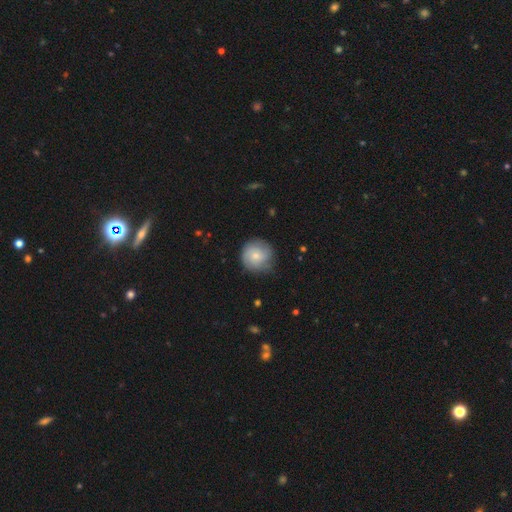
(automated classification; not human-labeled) Overall: smooth (54%; featured or disk 39%). How rounded: round (92%). Merging: none (75%).